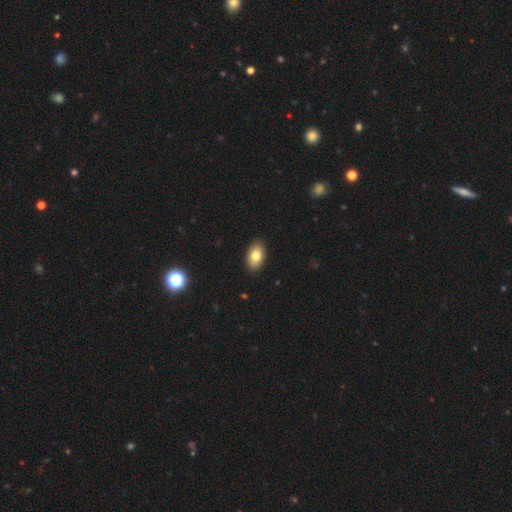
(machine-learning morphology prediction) Smooth or featured? Predicted: smooth (p=0.81). How rounded? Predicted: in between (p=0.92). Merging? Predicted: none (p=0.90).